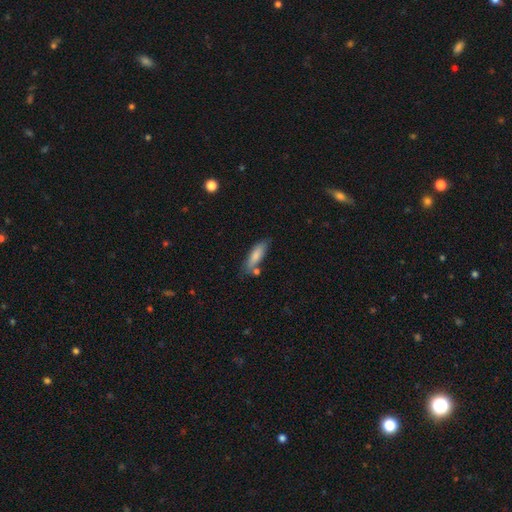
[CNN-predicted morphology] Smooth or featured?
  - smooth: 79% *
  - featured or disk: 15%
  - star or artifact: 6%
How rounded?
  - cigar-shaped: 53% *
  - in between: 45%
  - round: 2%
Merging?
  - none: 66% *
  - minor disturbance: 19%
  - merger: 10%
  - major disturbance: 4%